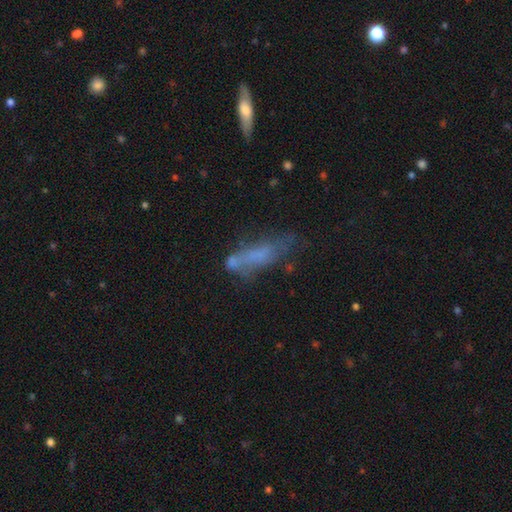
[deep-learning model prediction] A smooth galaxy with no disk features (49%). Merging: none (40%).